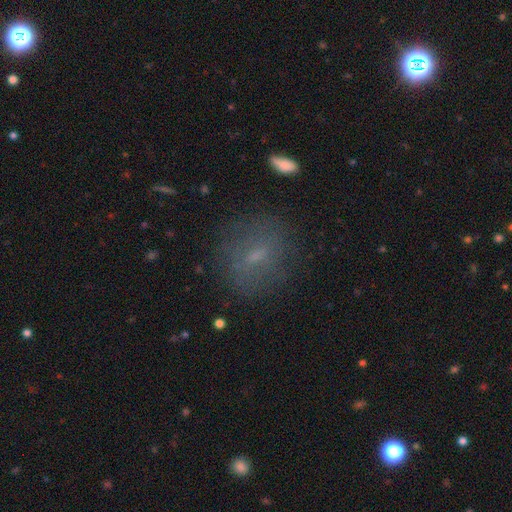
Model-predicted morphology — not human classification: A smooth galaxy with no disk features (53%) that is round (60%).

Vote fractions:
- Smooth or featured? smooth: 53% / featured or disk: 27% / star or artifact: 20%
- How rounded? round: 60% / in between: 36% / cigar-shaped: 4%
- Merging? none: 79% / minor disturbance: 13% / major disturbance: 6% / merger: 2%